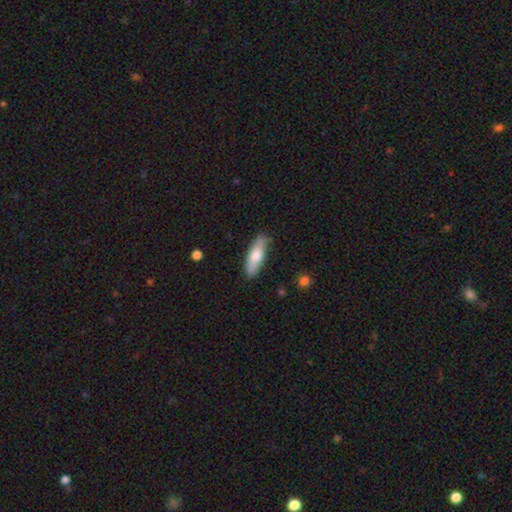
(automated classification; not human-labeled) A smooth galaxy with no disk features (67%) that is cigar-shaped (53%). Merging: none (86%).